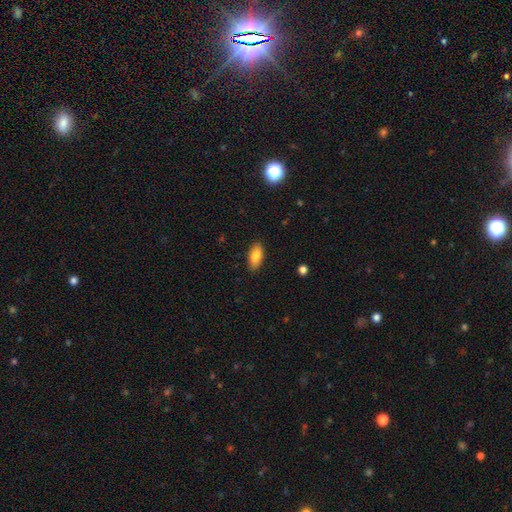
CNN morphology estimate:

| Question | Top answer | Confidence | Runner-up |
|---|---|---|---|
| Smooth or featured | smooth | 84% | featured or disk (9%) |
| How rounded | in between | 86% | cigar-shaped (12%) |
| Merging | none | 88% | minor disturbance (9%) |